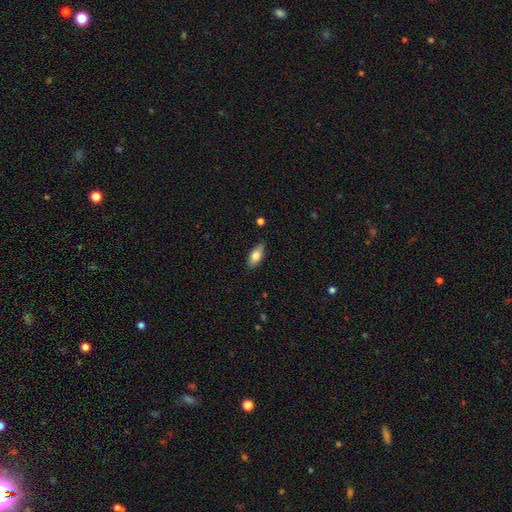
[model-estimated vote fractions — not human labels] Smooth or featured: smooth — 79% (featured or disk — 15%)
How rounded: in between — 86% (cigar-shaped — 11%)
Merging: none — 81% (minor disturbance — 16%)